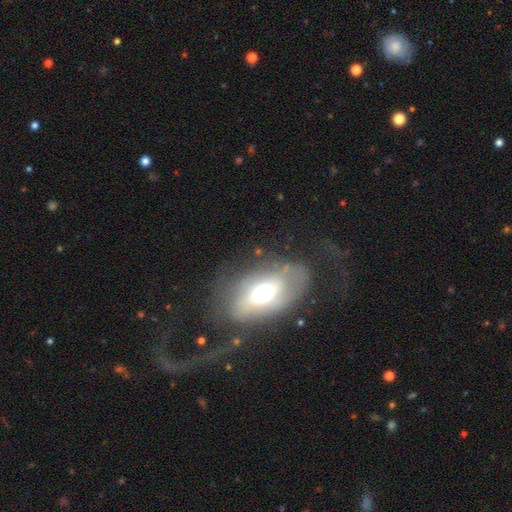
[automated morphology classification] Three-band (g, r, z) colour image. It shows a featured or disk galaxy (74%) with no bar (53%), spiral arms (67%) and a moderate central bulge (59%). Merging: none (43%).